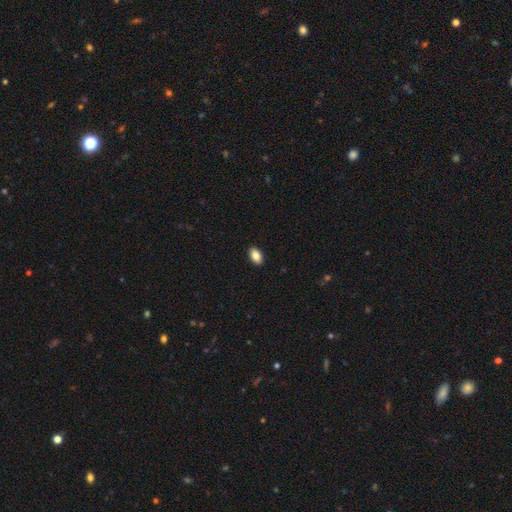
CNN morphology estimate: smooth-or-featured: smooth: 86% | star or artifact: 8% | featured or disk: 7%
  how-rounded: in between: 91% | round: 6% | cigar-shaped: 2%
  merging: none: 91% | minor disturbance: 7% | major disturbance: 2% | merger: 1%